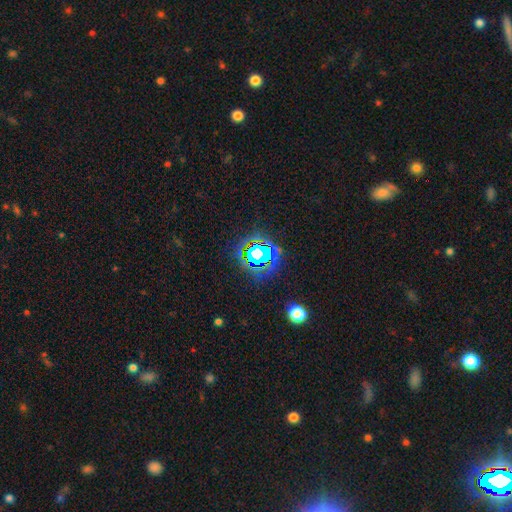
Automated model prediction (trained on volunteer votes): A star or artifact, not a galaxy (77%).